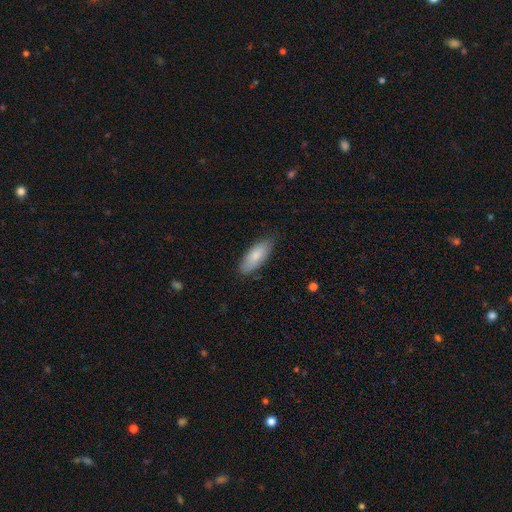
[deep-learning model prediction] Smooth or featured?
  - smooth: 80% *
  - featured or disk: 15%
  - star or artifact: 6%
How rounded?
  - in between: 80% *
  - cigar-shaped: 18%
  - round: 2%
Merging?
  - none: 80% *
  - minor disturbance: 17%
  - major disturbance: 3%
  - merger: 1%